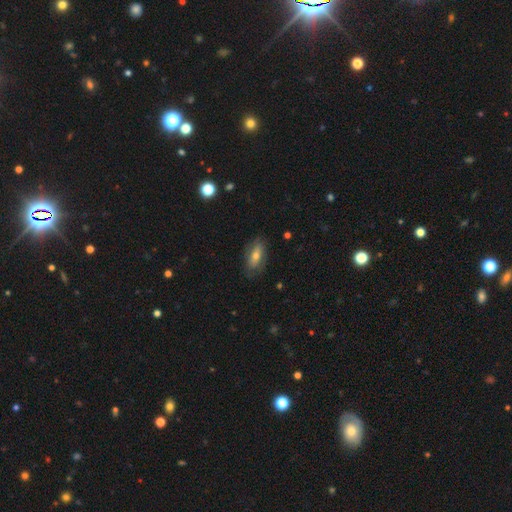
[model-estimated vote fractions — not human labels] The model was most divided on "smooth or featured": smooth: 58%, featured or disk: 34%, star or artifact: 8%. More confident: how rounded — in between (81%); merging — none (77%).